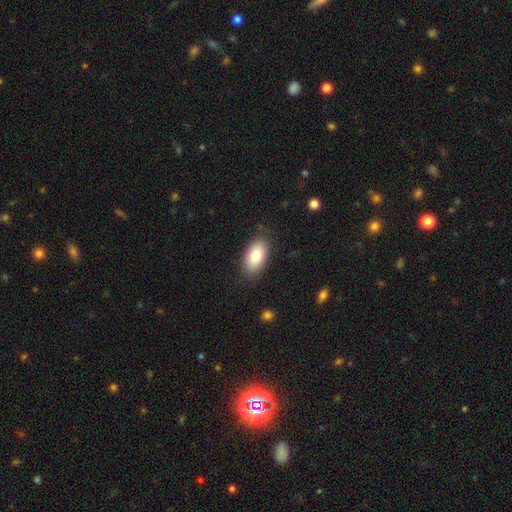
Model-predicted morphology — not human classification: smooth-or-featured: smooth: 80% | featured or disk: 13% | star or artifact: 7%
  how-rounded: in between: 93% | round: 4% | cigar-shaped: 3%
  merging: none: 85% | minor disturbance: 11% | major disturbance: 3% | merger: 1%